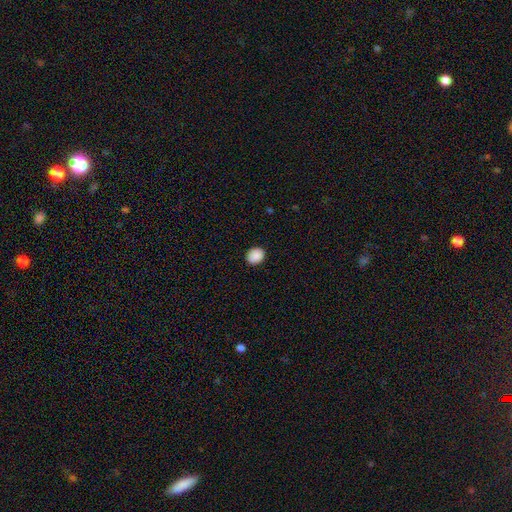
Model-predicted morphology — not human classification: Overall: smooth (90%). How rounded: round (59%; in between 40%). Merging: none (90%).